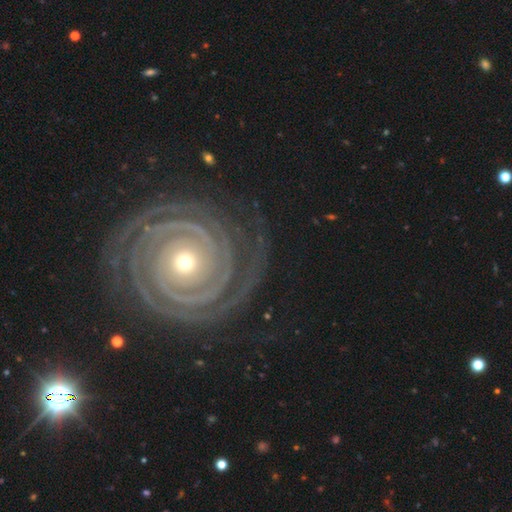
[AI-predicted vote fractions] This appears to be a featured or disk galaxy (92%) with no bar (75%), 2 (63%) tight (92%) spiral arms (99%) and a small central bulge (53%). Merging: none (84%).